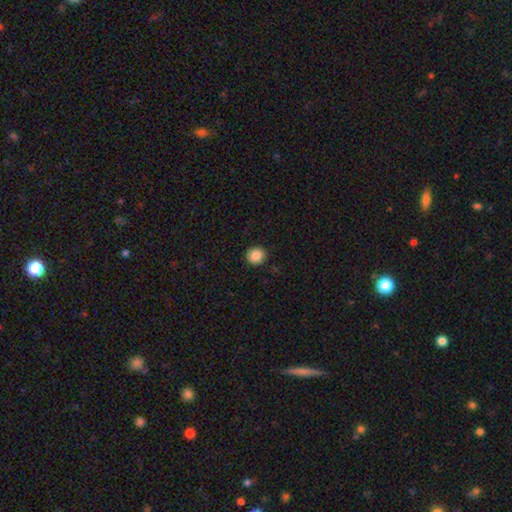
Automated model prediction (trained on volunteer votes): A smooth galaxy with no disk features (87%) that is round (86%).

Vote fractions:
- Smooth or featured? smooth: 87% / star or artifact: 9% / featured or disk: 3%
- How rounded? round: 86% / in between: 13% / cigar-shaped: 1%
- Merging? none: 92% / minor disturbance: 6% / major disturbance: 2% / merger: 1%